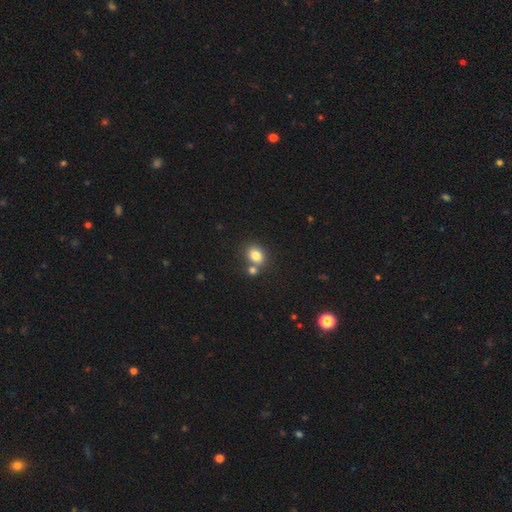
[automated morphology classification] The model was most divided on "how rounded": in between: 54%, round: 45%, cigar-shaped: 1%. More confident: smooth or featured — smooth (82%); merging — none (56%).